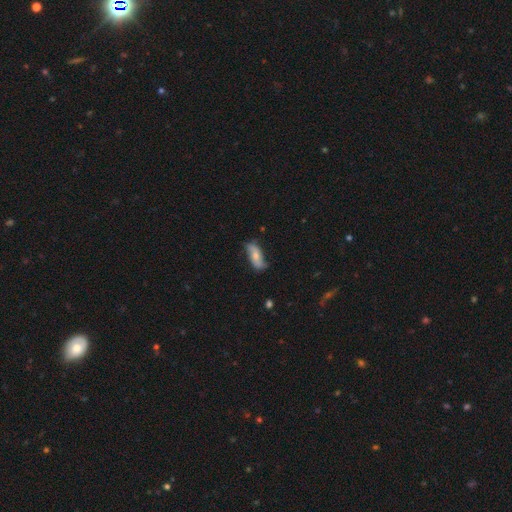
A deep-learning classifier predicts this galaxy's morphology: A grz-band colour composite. It shows a smooth galaxy with no disk features (58%) that is in between round and cigar-shaped (75%). Merging: none (69%).